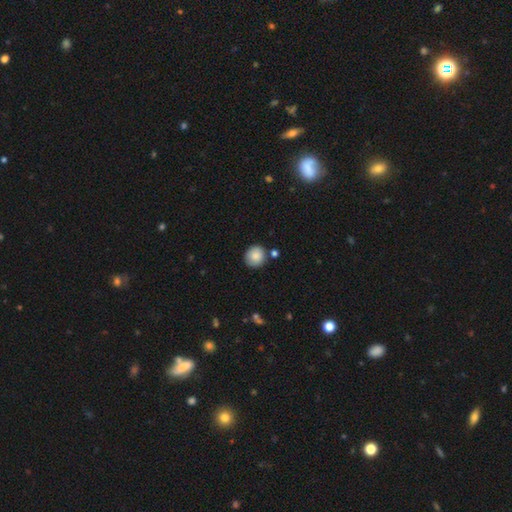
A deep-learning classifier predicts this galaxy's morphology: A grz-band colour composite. It shows a smooth galaxy with no disk features (86%) that is round (90%). Merging: none (82%).